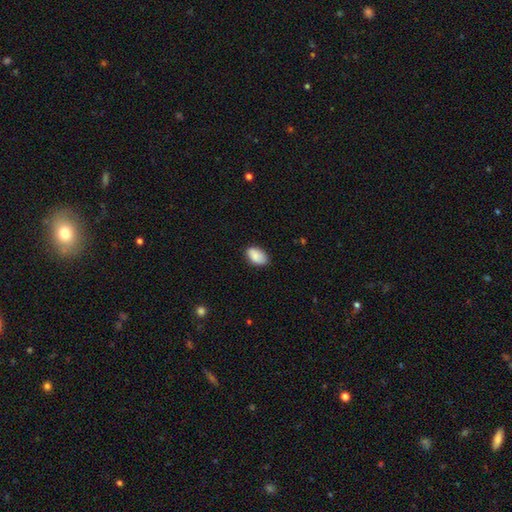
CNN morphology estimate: smooth-or-featured: smooth: 88% | star or artifact: 7% | featured or disk: 6%
  how-rounded: in between: 93% | round: 6% | cigar-shaped: 1%
  merging: none: 82% | minor disturbance: 14% | major disturbance: 2% | merger: 1%